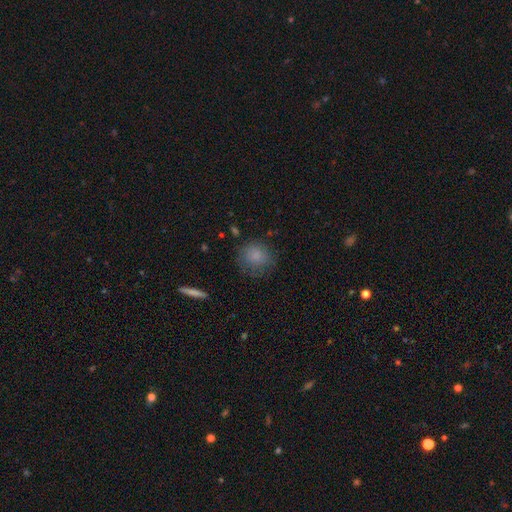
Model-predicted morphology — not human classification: This appears to be a smooth galaxy with no disk features (82%) that is round (84%). Merging: none (71%).